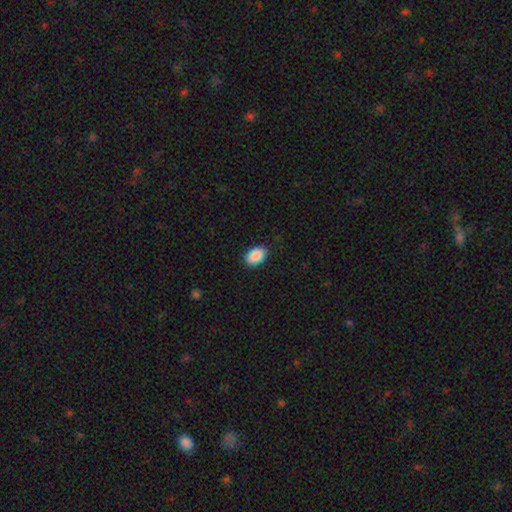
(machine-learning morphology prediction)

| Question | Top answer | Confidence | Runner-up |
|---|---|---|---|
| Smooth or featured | smooth | 90% | star or artifact (7%) |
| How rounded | in between | 87% | round (12%) |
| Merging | none | 87% | minor disturbance (10%) |